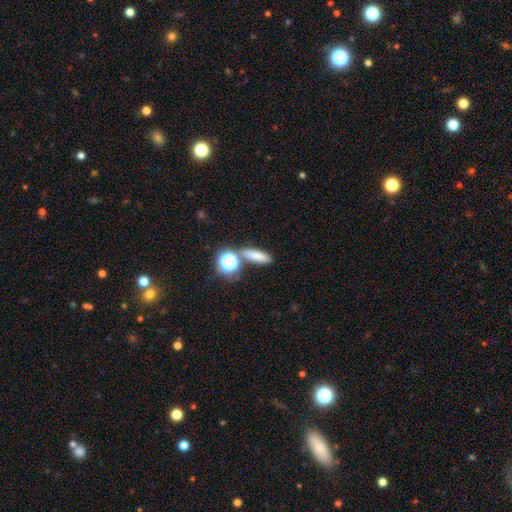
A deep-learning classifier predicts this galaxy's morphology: Smooth or featured? Predicted: smooth (p=0.73). How rounded? Predicted: cigar-shaped (p=0.44). Merging? Predicted: none (p=0.72).